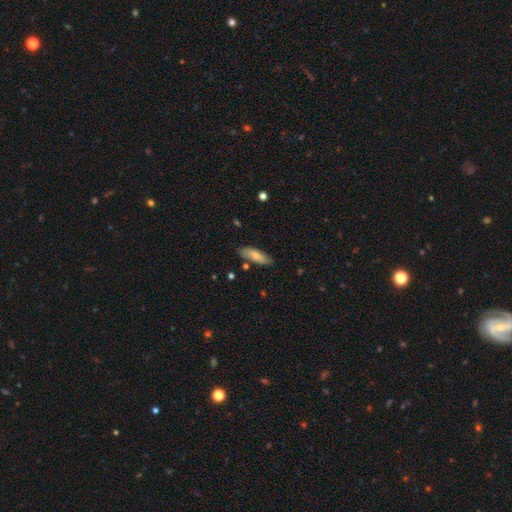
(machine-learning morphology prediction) A smooth galaxy with no disk features (72%) that is in between round and cigar-shaped (52%). Merging: none (82%).